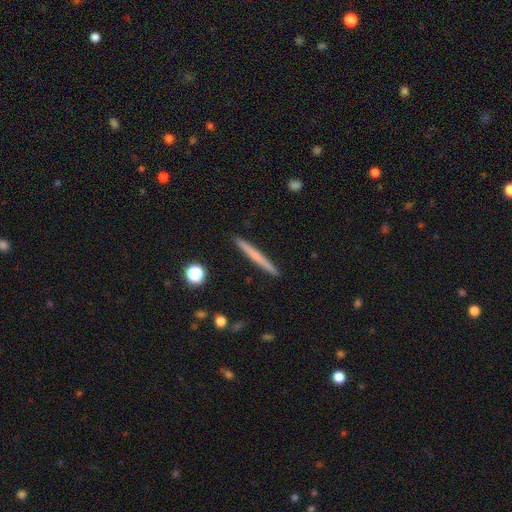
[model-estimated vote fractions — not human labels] smooth-or-featured: smooth: 55% | featured or disk: 39% | star or artifact: 6%
  how-rounded: cigar-shaped: 97% | in between: 2% | round: 1%
  merging: none: 93% | minor disturbance: 5% | major disturbance: 1% | merger: 1%